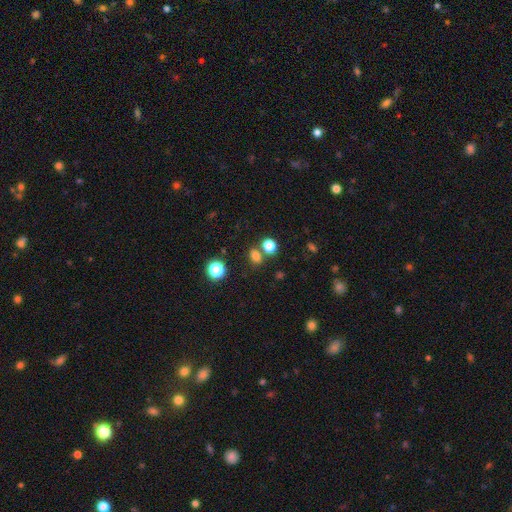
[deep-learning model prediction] smooth_or_featured: smooth (p=0.75) [alt: star or artifact p=0.19]
how_rounded: in between (p=0.55) [alt: round p=0.43]
merging: none (p=0.66) [alt: merger p=0.19]